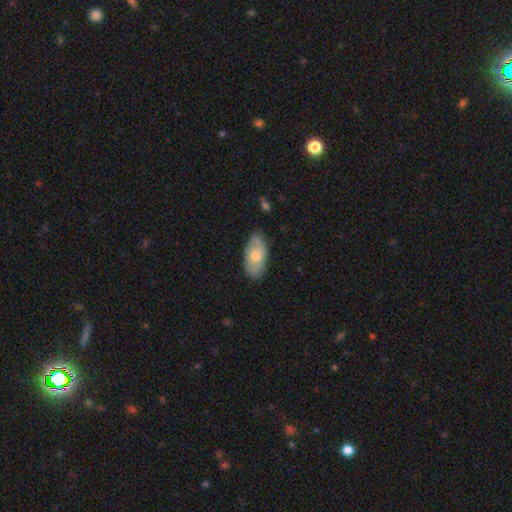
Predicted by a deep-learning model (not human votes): Smooth or featured: smooth — 62% (featured or disk — 32%)
How rounded: in between — 93% (round — 4%)
Merging: none — 71% (minor disturbance — 23%)